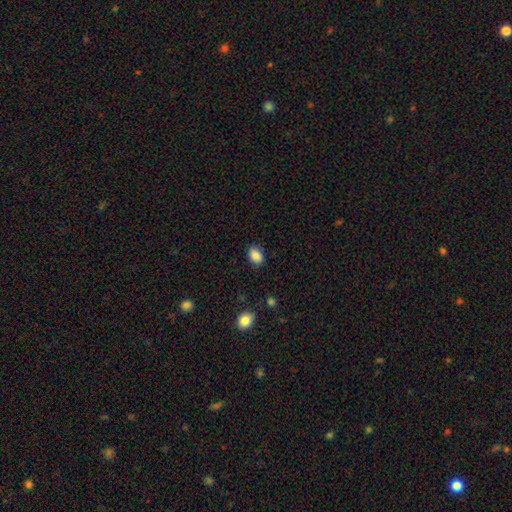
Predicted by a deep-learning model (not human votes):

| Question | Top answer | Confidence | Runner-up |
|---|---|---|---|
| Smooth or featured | smooth | 87% | star or artifact (9%) |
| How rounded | in between | 79% | round (20%) |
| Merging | none | 85% | minor disturbance (11%) |